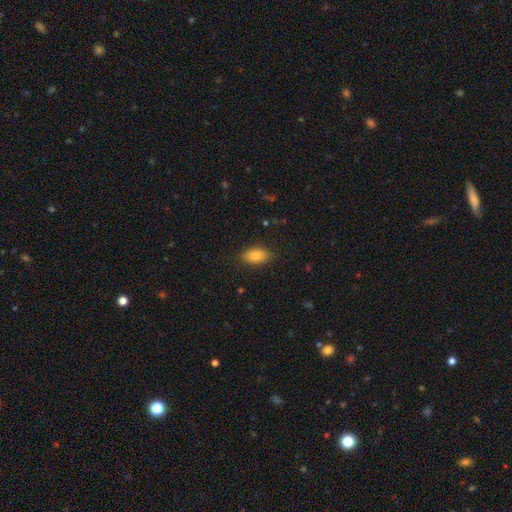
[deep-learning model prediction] smooth-or-featured: smooth: 85% | star or artifact: 8% | featured or disk: 7%
  how-rounded: in between: 90% | round: 5% | cigar-shaped: 5%
  merging: none: 84% | minor disturbance: 12% | major disturbance: 3% | merger: 1%